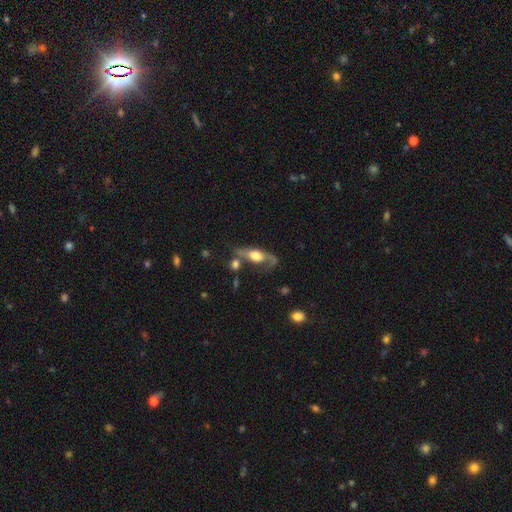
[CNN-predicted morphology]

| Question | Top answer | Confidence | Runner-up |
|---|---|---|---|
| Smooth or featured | featured or disk | 58% | smooth (35%) |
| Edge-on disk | no | 59% | yes (41%) |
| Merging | none | 44% | minor disturbance (21%) |